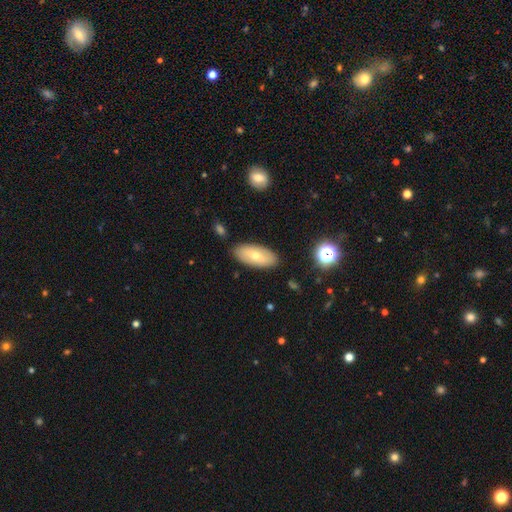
smooth_or_featured: smooth (p=0.57) [alt: featured or disk p=0.40]
how_rounded: in between (p=0.78) [alt: round p=0.17]
merging: none (p=0.82) [alt: minor disturbance p=0.10]